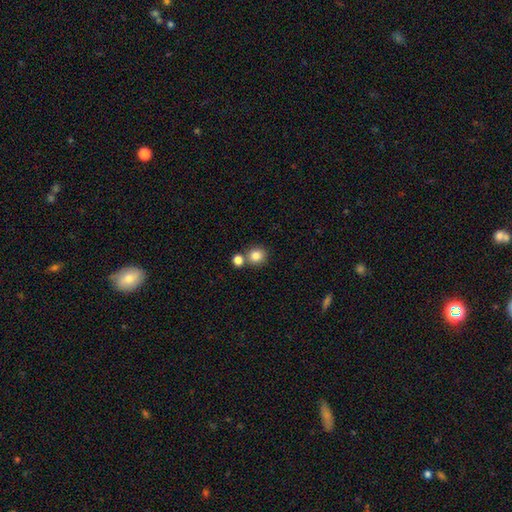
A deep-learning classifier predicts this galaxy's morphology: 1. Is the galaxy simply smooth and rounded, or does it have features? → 84% smooth, 11% star or artifact, 6% featured or disk.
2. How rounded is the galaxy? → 87% round, 12% in between, 1% cigar-shaped.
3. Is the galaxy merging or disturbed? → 65% none, 25% merger, 8% minor disturbance, 3% major disturbance.